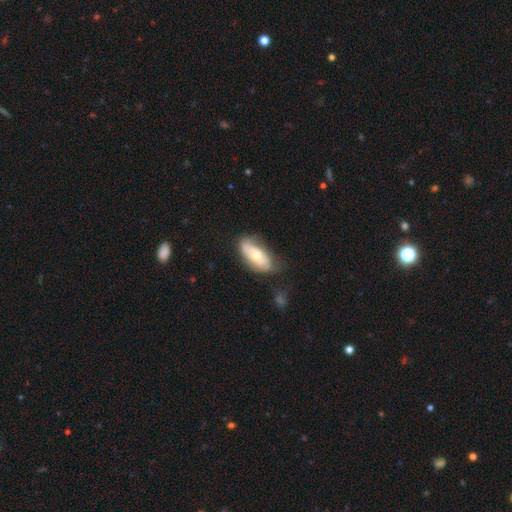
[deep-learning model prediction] The model was most divided on "smooth or featured": smooth: 53%, featured or disk: 41%, star or artifact: 6%. More confident: how rounded — in between (87%); merging — none (58%).